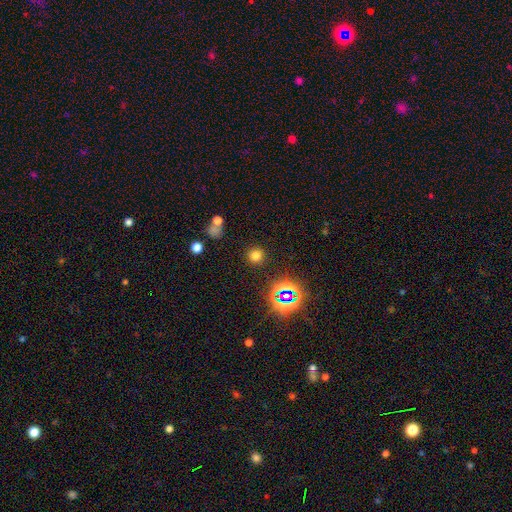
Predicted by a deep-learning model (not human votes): Smooth or featured?
  - smooth: 71% *
  - star or artifact: 23%
  - featured or disk: 7%
How rounded?
  - round: 92% *
  - in between: 7%
  - cigar-shaped: 1%
Merging?
  - none: 88% *
  - minor disturbance: 6%
  - major disturbance: 3%
  - merger: 3%